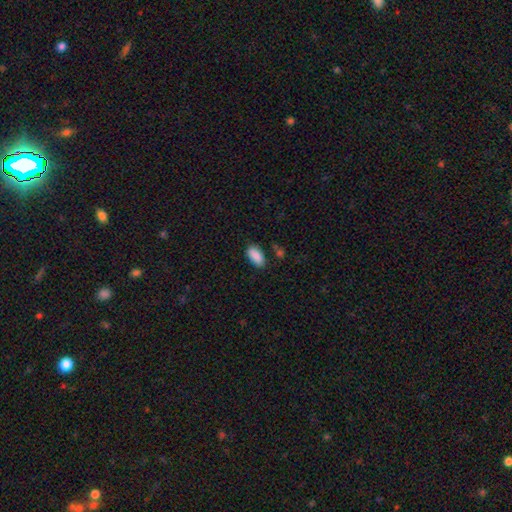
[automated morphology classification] smooth-or-featured: smooth: 90% | star or artifact: 7% | featured or disk: 3%
  how-rounded: in between: 93% | cigar-shaped: 5% | round: 3%
  merging: none: 80% | minor disturbance: 13% | merger: 3% | major disturbance: 3%